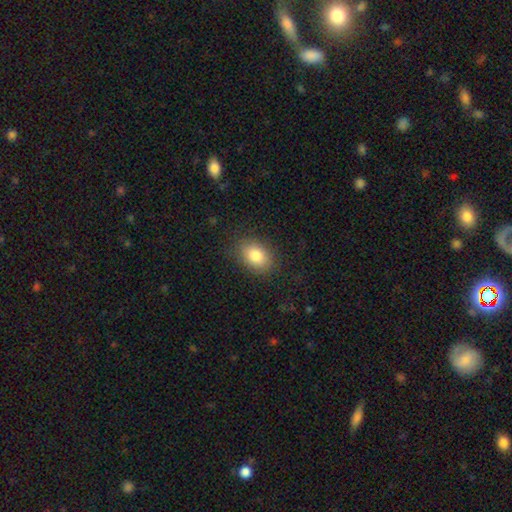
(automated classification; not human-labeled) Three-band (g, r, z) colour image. It shows a smooth galaxy with no disk features (83%) that is in between round and cigar-shaped (78%). Merging: none (84%).